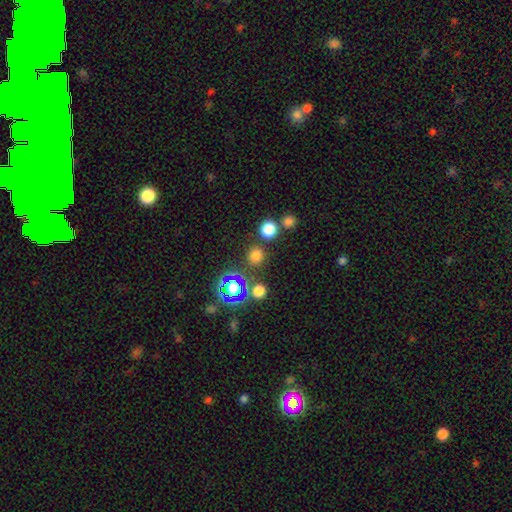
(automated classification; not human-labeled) This appears to be a smooth galaxy with no disk features (71%) that is round (88%). Merging: none (81%).